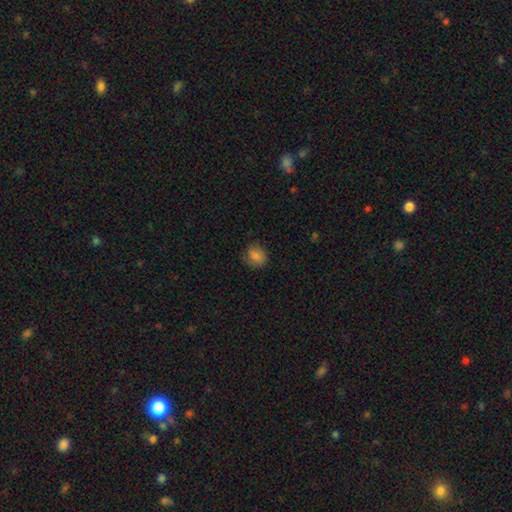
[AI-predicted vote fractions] smooth_or_featured: smooth (p=0.81) [alt: star or artifact p=0.10]
how_rounded: round (p=0.66) [alt: in between p=0.33]
merging: none (p=0.78) [alt: minor disturbance p=0.17]